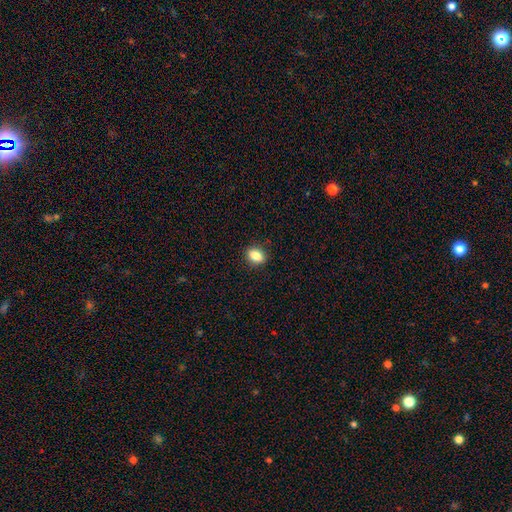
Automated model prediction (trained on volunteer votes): The model was most divided on "how rounded": in between: 66%, round: 32%, cigar-shaped: 2%. More confident: merging — none (90%); smooth or featured — smooth (84%).